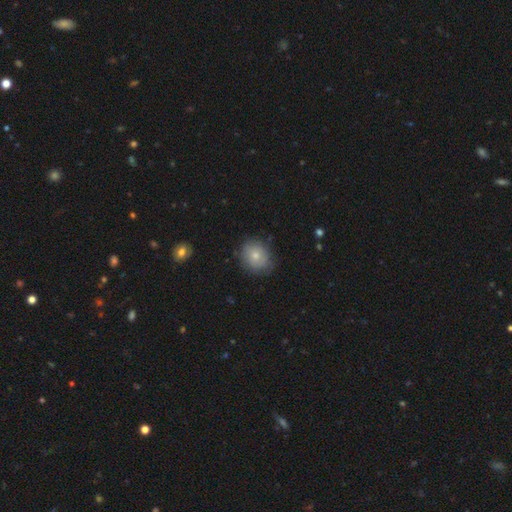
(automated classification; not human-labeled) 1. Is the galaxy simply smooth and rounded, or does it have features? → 76% smooth, 15% featured or disk, 8% star or artifact.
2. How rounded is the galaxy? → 72% round, 27% in between, 1% cigar-shaped.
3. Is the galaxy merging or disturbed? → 76% none, 19% minor disturbance, 4% major disturbance, 1% merger.